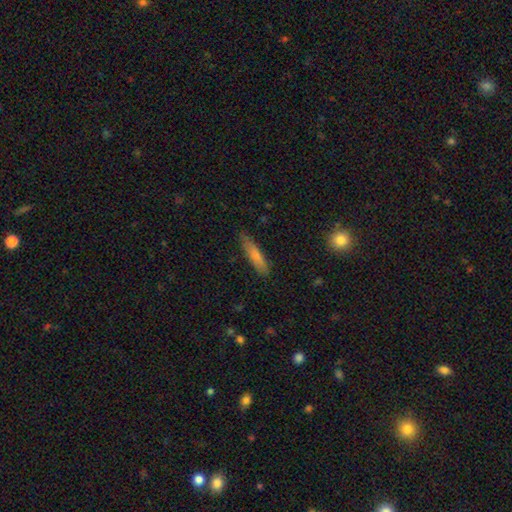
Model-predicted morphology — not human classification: Q: Smooth or featured?
A: smooth (78%); runner-up: featured or disk (15%)
Q: How rounded?
A: cigar-shaped (78%); runner-up: in between (20%)
Q: Merging?
A: none (80%); runner-up: minor disturbance (16%)